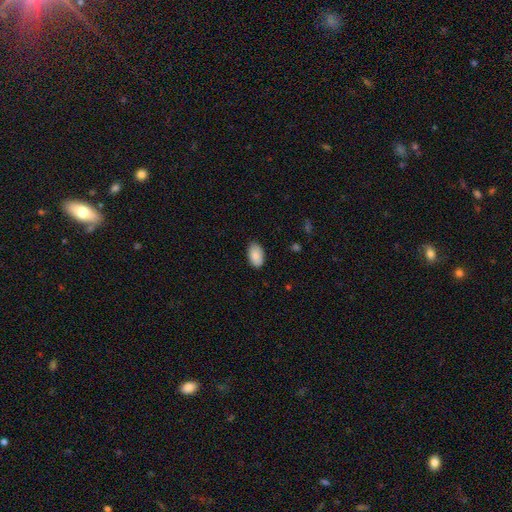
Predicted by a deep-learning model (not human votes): Q: Smooth or featured?
A: smooth (88%); runner-up: star or artifact (6%)
Q: How rounded?
A: in between (95%); runner-up: round (4%)
Q: Merging?
A: none (86%); runner-up: minor disturbance (11%)